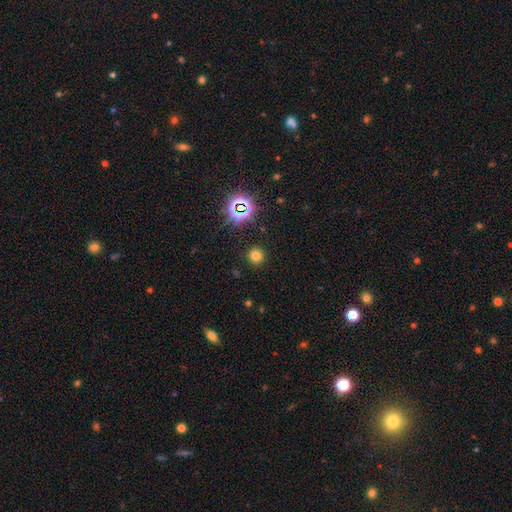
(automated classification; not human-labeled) This appears to be a smooth galaxy with no disk features (72%) that is round (94%). Merging: none (91%).